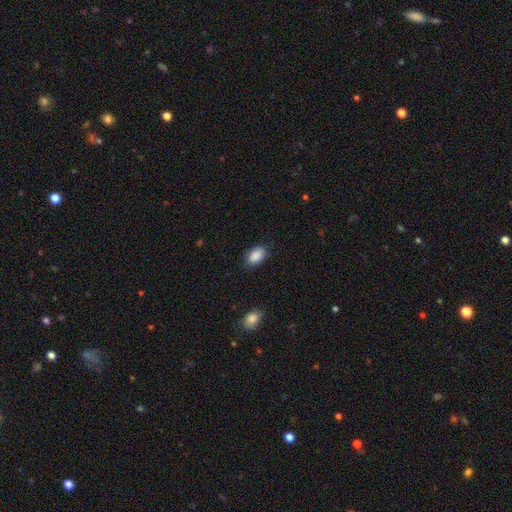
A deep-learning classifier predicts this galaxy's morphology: smooth-or-featured: smooth: 89% | star or artifact: 7% | featured or disk: 4%
  how-rounded: in between: 90% | round: 8% | cigar-shaped: 1%
  merging: none: 83% | minor disturbance: 13% | major disturbance: 3% | merger: 1%